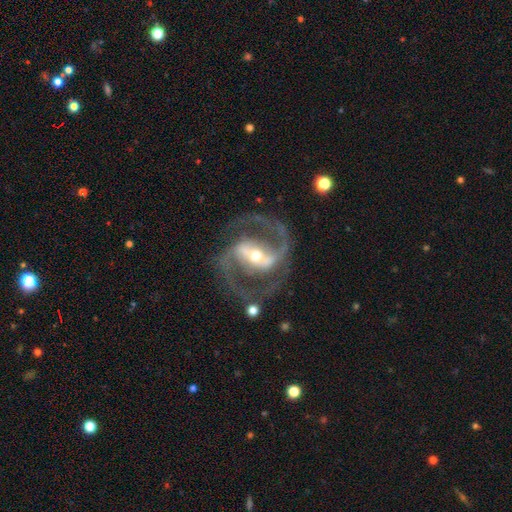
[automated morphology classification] A featured or disk galaxy (92%) with a strong bar (65%), 2 (93%) medium (67%) spiral arms (97%) and a moderate central bulge (51%).

Vote fractions:
- Smooth or featured? featured or disk: 92% / star or artifact: 5% / smooth: 3%
- Edge-on disk? no: 97% / yes: 3%
- Bar? strong: 65% / weak: 24% / no: 11%
- Spiral arms? yes: 97% / no: 3%
- Spiral winding? medium: 67% / tight: 19% / loose: 15%
- Spiral arm count? 2: 93% / can't tell: 2% / 3: 2% / 1: 1% / 4: 1% / more than 4: 1%
- Bulge size? moderate: 51% / small: 41% / large: 5% / dominant: 1% / none: 1%
- Merging? none: 78% / minor disturbance: 12% / major disturbance: 8% / merger: 3%